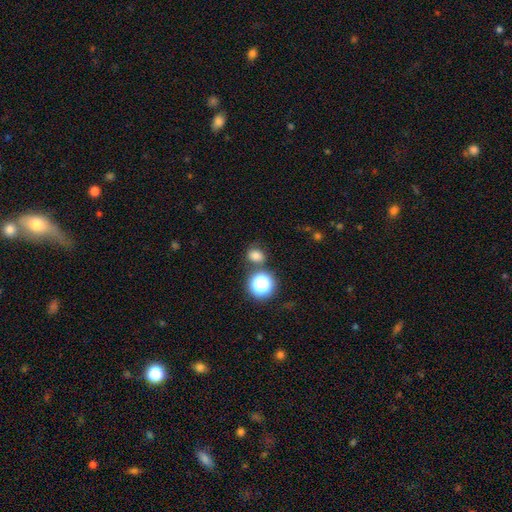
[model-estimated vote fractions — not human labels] A smooth galaxy with no disk features (73%) that is round (63%). Merging: none (71%).